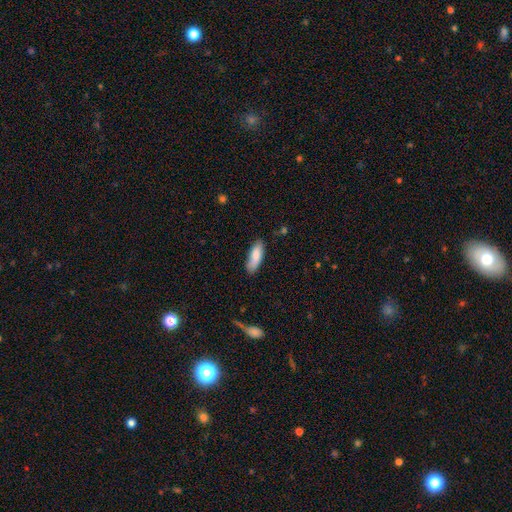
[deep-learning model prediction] smooth-or-featured: smooth: 84% | featured or disk: 10% | star or artifact: 6%
  how-rounded: in between: 62% | cigar-shaped: 36% | round: 2%
  merging: none: 77% | minor disturbance: 18% | major disturbance: 3% | merger: 2%